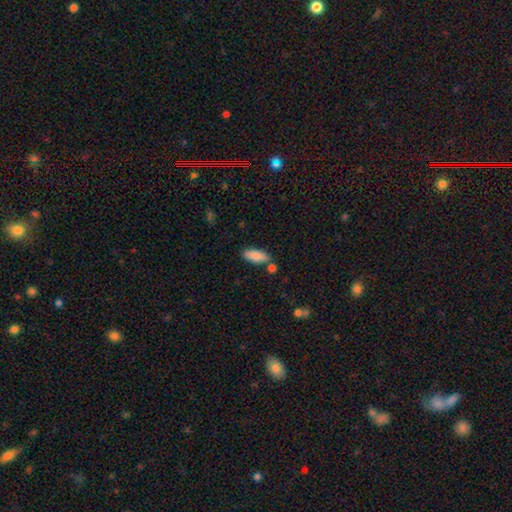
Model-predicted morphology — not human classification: smooth_or_featured: smooth (p=0.86) [alt: featured or disk p=0.08]
how_rounded: in between (p=0.78) [alt: cigar-shaped p=0.20]
merging: none (p=0.74) [alt: minor disturbance p=0.13]